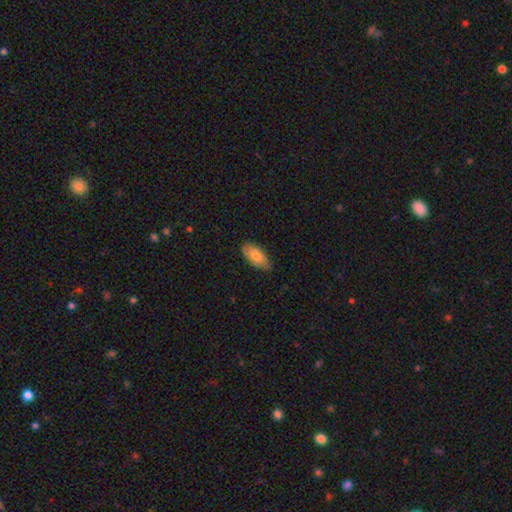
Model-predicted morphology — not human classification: Smooth or featured? Predicted: smooth (p=0.80). How rounded? Predicted: in between (p=0.91). Merging? Predicted: none (p=0.80).